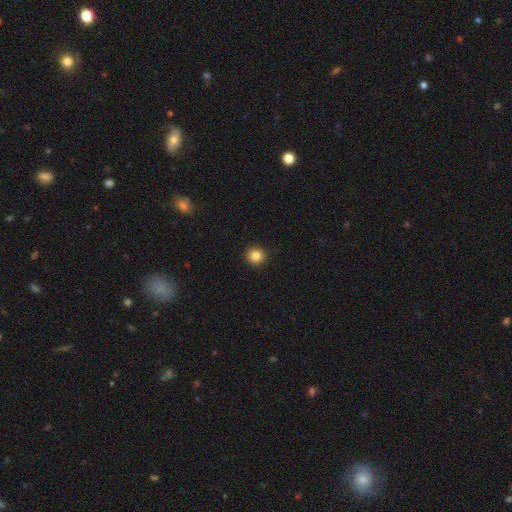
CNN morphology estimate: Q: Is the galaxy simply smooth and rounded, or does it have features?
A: smooth — 85%.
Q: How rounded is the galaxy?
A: round — 94%.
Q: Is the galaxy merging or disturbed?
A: none — 92%.